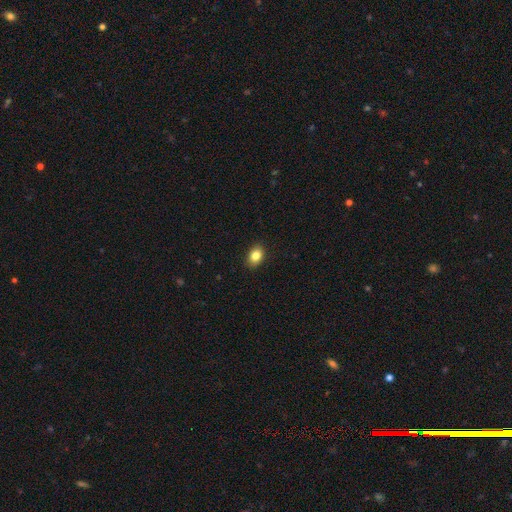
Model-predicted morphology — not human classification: smooth_or_featured: smooth (p=0.85) [alt: star or artifact p=0.09]
how_rounded: in between (p=0.75) [alt: round p=0.24]
merging: none (p=0.89) [alt: minor disturbance p=0.08]